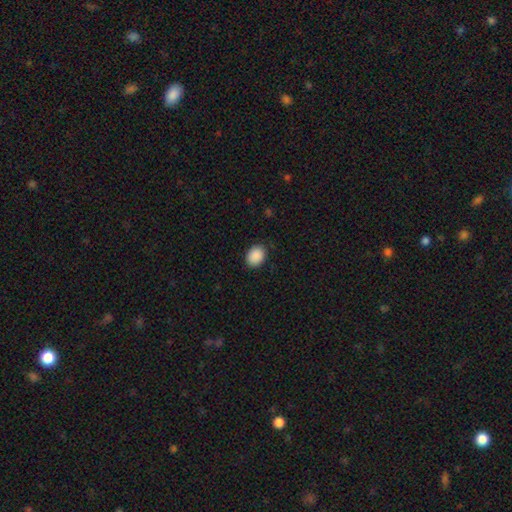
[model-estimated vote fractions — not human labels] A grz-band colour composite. It shows a smooth galaxy with no disk features (90%) that is in between round and cigar-shaped (57%). Merging: none (86%).